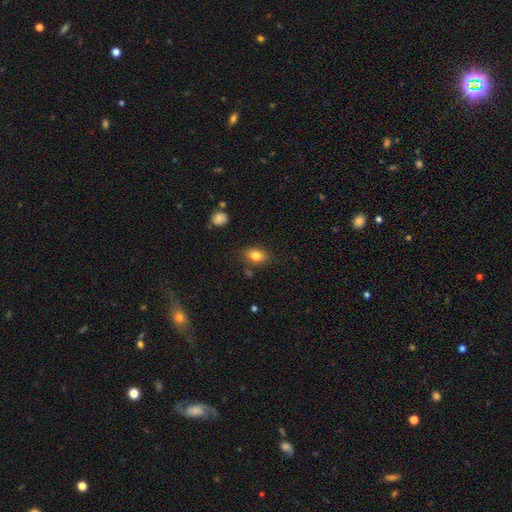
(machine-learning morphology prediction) A smooth galaxy with no disk features (83%) that is in between round and cigar-shaped (82%).

Vote fractions:
- Smooth or featured? smooth: 83% / star or artifact: 9% / featured or disk: 8%
- How rounded? in between: 82% / round: 16% / cigar-shaped: 2%
- Merging? none: 81% / minor disturbance: 13% / merger: 3% / major disturbance: 3%